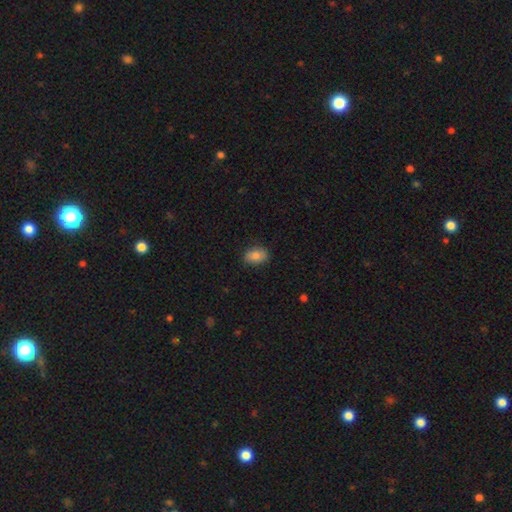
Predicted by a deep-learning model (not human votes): Overall: smooth (84%). How rounded: in between (82%). Merging: none (84%).